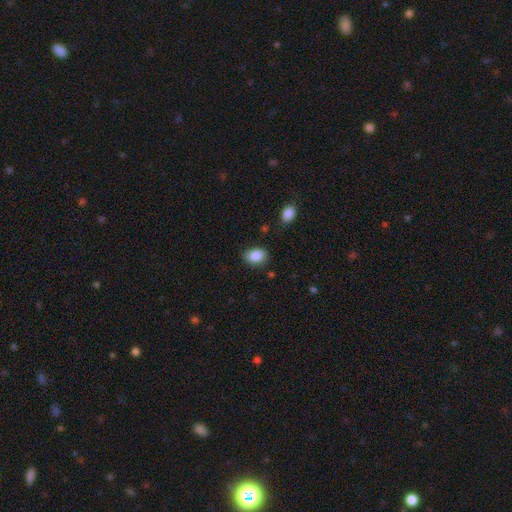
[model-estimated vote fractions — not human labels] Overall: smooth (87%). How rounded: in between (73%). Merging: none (79%).